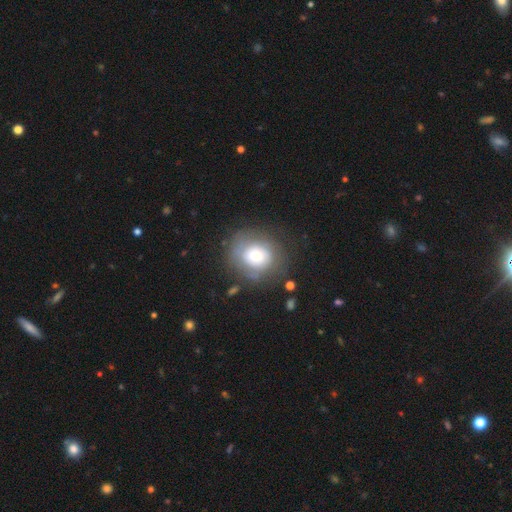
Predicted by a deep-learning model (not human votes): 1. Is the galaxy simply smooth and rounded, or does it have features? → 54% smooth, 37% featured or disk, 9% star or artifact.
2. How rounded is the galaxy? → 78% round, 21% in between, 1% cigar-shaped.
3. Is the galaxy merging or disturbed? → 69% none, 17% minor disturbance, 12% major disturbance, 2% merger.